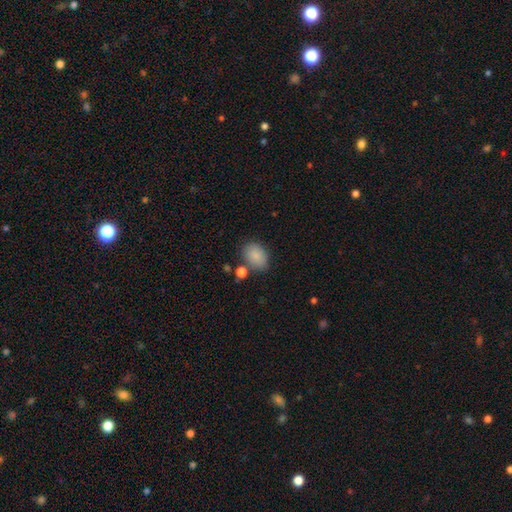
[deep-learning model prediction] The model was most divided on "how rounded": in between: 79%, round: 20%, cigar-shaped: 1%. More confident: smooth or featured — smooth (86%); merging — none (74%).